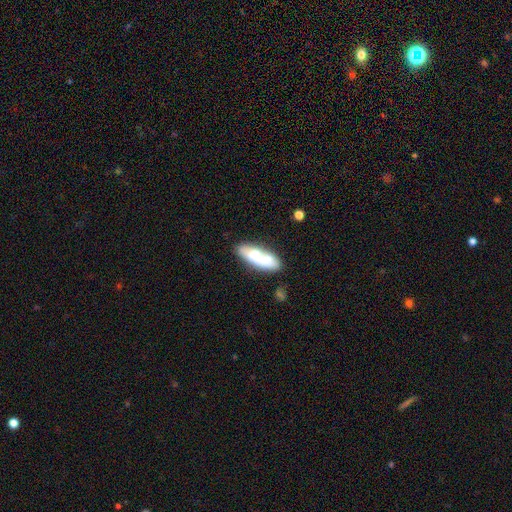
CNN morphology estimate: smooth 60%, featured or disk 33%, star or artifact 7%. Down the decision tree: how rounded — in between (68%); merging — none (49%).